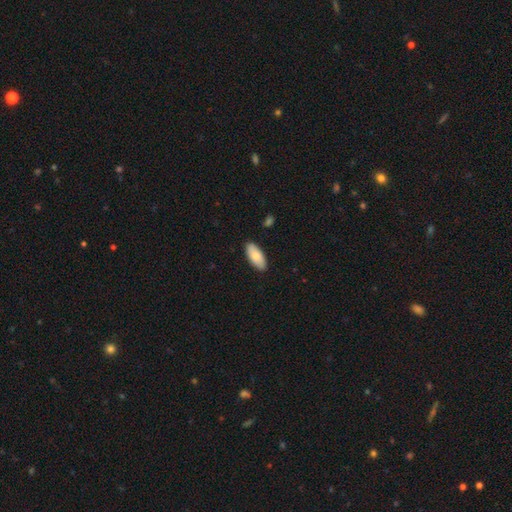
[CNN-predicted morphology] smooth_or_featured: smooth (p=0.78) [alt: featured or disk p=0.16]
how_rounded: in between (p=0.88) [alt: cigar-shaped p=0.10]
merging: none (p=0.88) [alt: minor disturbance p=0.09]